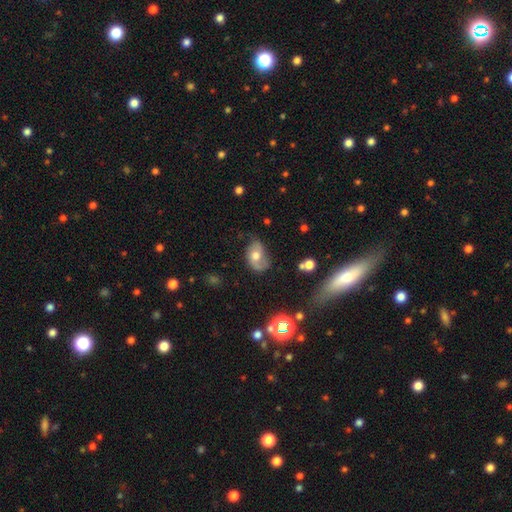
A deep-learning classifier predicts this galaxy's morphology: A featured or disk galaxy (45%, tied with smooth). Merging: none (49%).